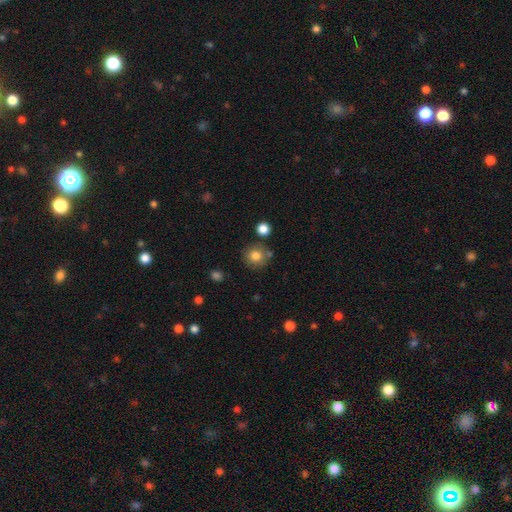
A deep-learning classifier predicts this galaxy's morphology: Smooth or featured? Predicted: smooth (p=0.81). How rounded? Predicted: round (p=0.88). Merging? Predicted: none (p=0.76).